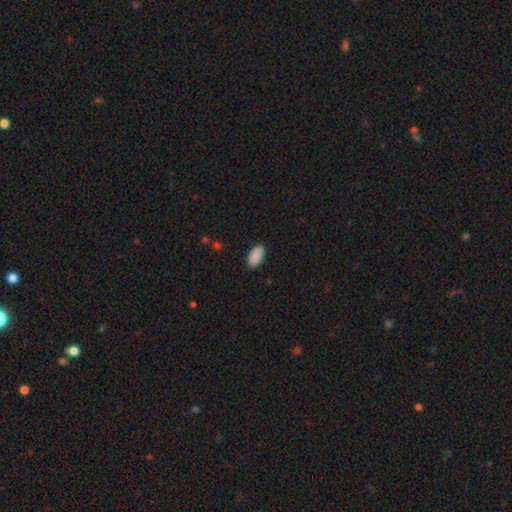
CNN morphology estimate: Smooth or featured? Predicted: smooth (p=0.90). How rounded? Predicted: in between (p=0.94). Merging? Predicted: none (p=0.89).